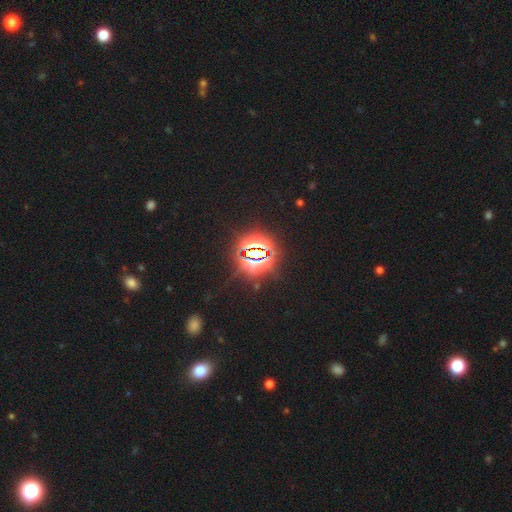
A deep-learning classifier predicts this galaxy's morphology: This appears to be a star or artifact, not a galaxy (82%).